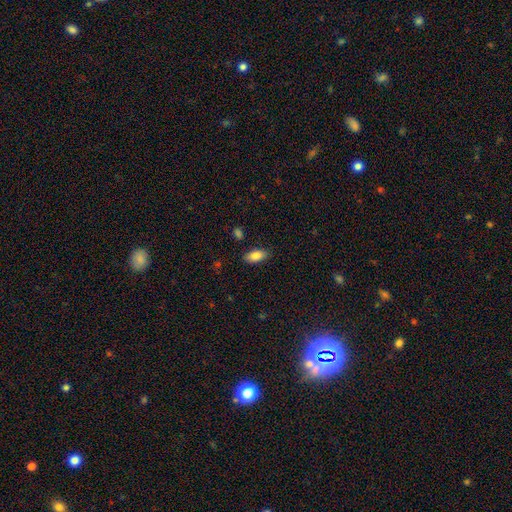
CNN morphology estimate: smooth-or-featured: smooth: 84% | featured or disk: 8% | star or artifact: 7%
  how-rounded: in between: 90% | cigar-shaped: 7% | round: 3%
  merging: none: 85% | minor disturbance: 11% | major disturbance: 2% | merger: 2%